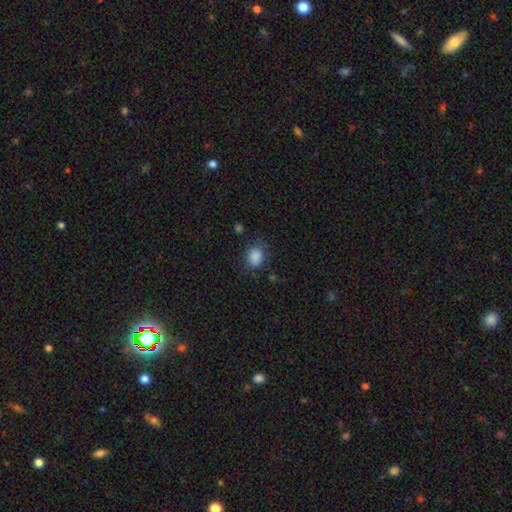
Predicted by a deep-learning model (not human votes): This is clearly a smooth galaxy (86%). How rounded: possibly round (59%). Merging: likely none (75%).